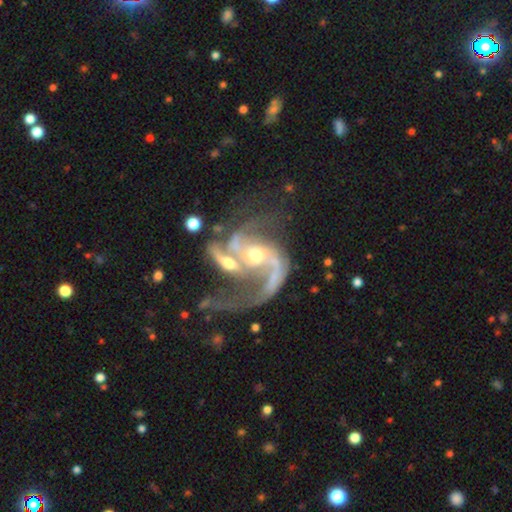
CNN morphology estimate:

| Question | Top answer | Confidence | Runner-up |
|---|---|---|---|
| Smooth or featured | featured or disk | 89% | star or artifact (6%) |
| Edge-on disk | no | 98% | yes (2%) |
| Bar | no | 54% | weak (30%) |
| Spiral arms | yes | 96% | no (4%) |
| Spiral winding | loose | 48% | medium (41%) |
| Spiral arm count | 2 | 62% | 3 (14%) |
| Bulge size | moderate | 57% | small (35%) |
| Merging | merger | 46% | major disturbance (22%) |